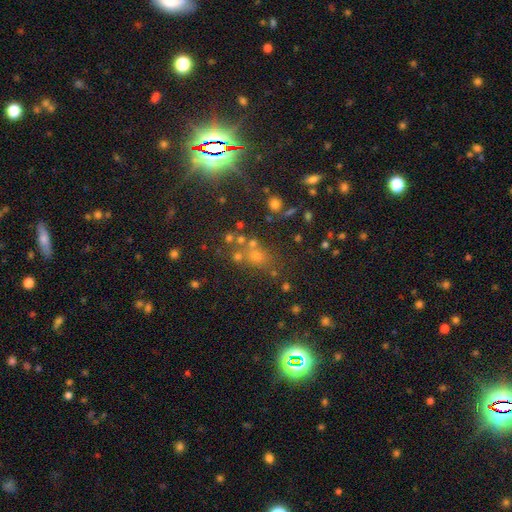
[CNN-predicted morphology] Smooth or featured? star or artifact (48%)